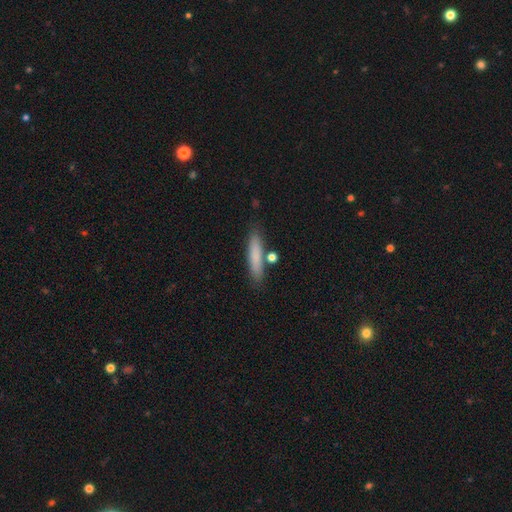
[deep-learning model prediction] smooth-or-featured: smooth: 78% | featured or disk: 15% | star or artifact: 7%
  how-rounded: cigar-shaped: 85% | in between: 13% | round: 2%
  merging: none: 81% | minor disturbance: 11% | merger: 6% | major disturbance: 3%